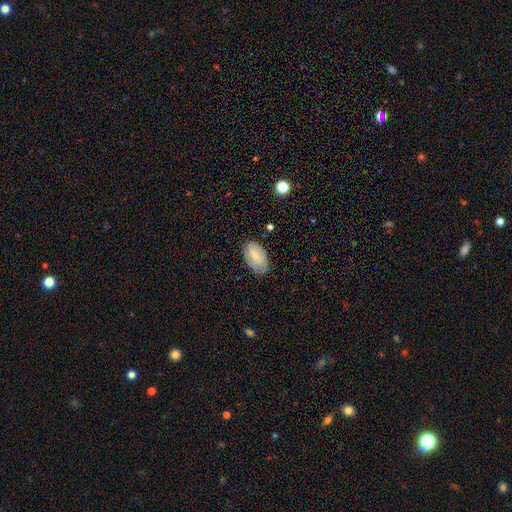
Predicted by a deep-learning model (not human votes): Smooth or featured?
  - smooth: 67% *
  - featured or disk: 26%
  - star or artifact: 7%
How rounded?
  - in between: 93% *
  - round: 5%
  - cigar-shaped: 2%
Merging?
  - none: 76% *
  - minor disturbance: 19%
  - major disturbance: 4%
  - merger: 1%